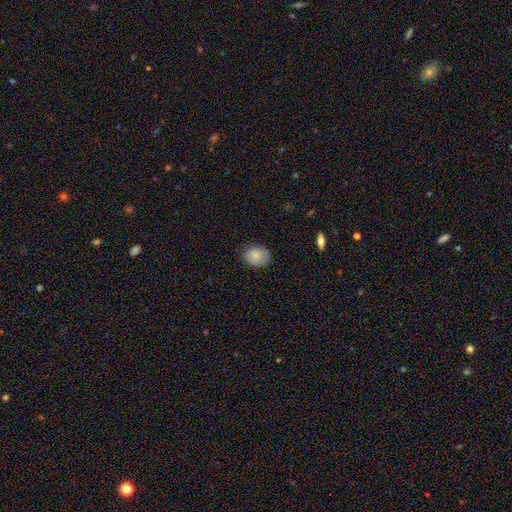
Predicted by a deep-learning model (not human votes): Smooth or featured? Predicted: smooth (p=0.79). How rounded? Predicted: in between (p=0.55). Merging? Predicted: none (p=0.79).